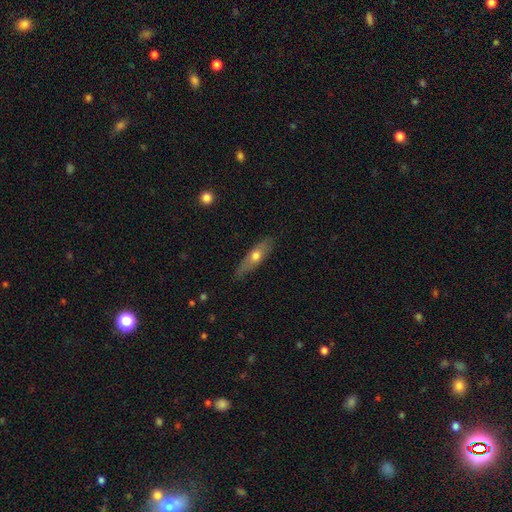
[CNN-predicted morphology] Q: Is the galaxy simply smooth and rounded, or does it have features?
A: smooth — 54%.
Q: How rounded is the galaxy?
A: cigar-shaped — 61%.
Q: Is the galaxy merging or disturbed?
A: none — 78%.